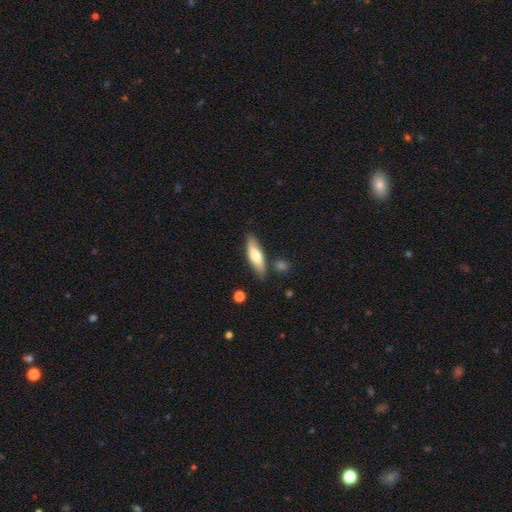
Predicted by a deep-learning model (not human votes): smooth-or-featured: smooth: 63% | featured or disk: 31% | star or artifact: 6%
  how-rounded: cigar-shaped: 52% | in between: 45% | round: 2%
  merging: none: 77% | minor disturbance: 15% | merger: 5% | major disturbance: 3%